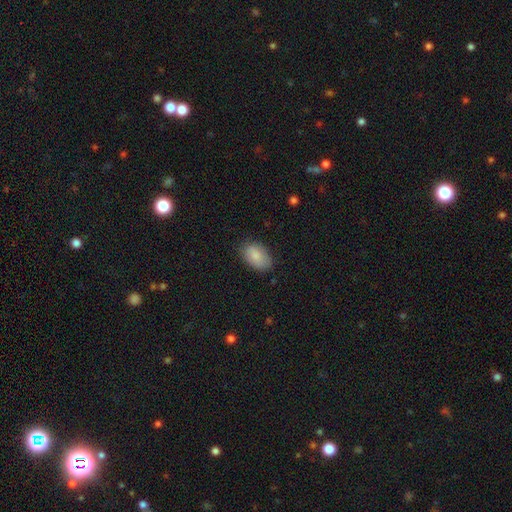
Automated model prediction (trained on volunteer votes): The model was most divided on "merging": none: 79%, minor disturbance: 16%, major disturbance: 3%, merger: 1%. More confident: how rounded — in between (91%); smooth or featured — smooth (86%).